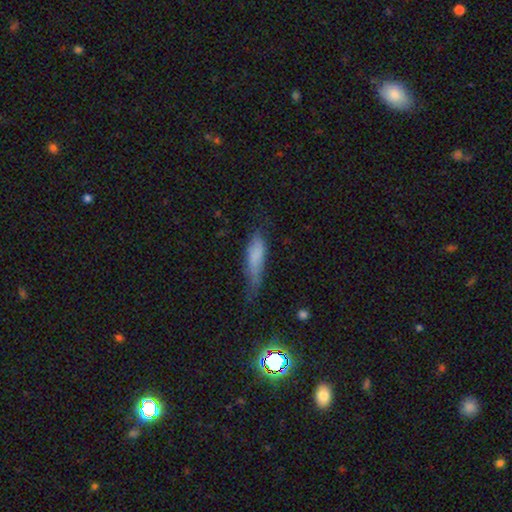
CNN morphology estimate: This is likely a smooth galaxy (70%). How rounded: possibly cigar-shaped (60%). Merging: marginally none (40%).